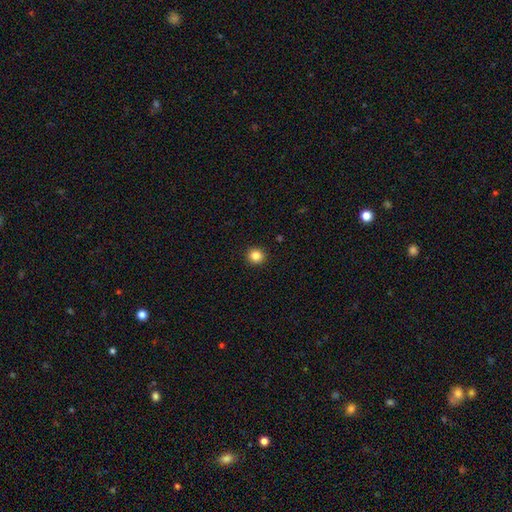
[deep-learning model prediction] smooth-or-featured: smooth: 84% | star or artifact: 12% | featured or disk: 5%
  how-rounded: round: 94% | in between: 5% | cigar-shaped: 1%
  merging: none: 93% | minor disturbance: 4% | major disturbance: 2% | merger: 1%